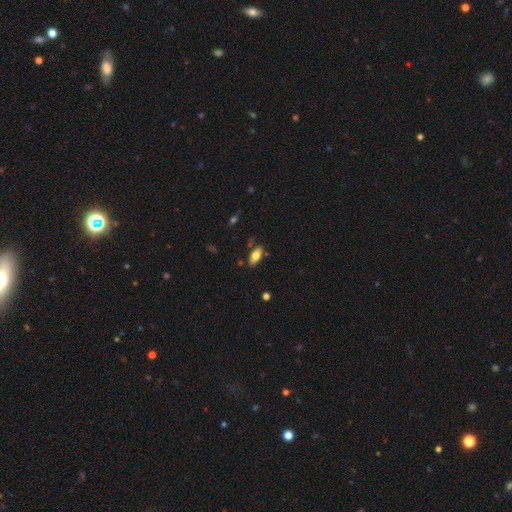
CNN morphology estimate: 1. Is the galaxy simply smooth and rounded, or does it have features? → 72% smooth, 21% featured or disk, 7% star or artifact.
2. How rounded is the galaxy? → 88% in between, 10% cigar-shaped, 3% round.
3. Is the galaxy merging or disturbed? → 81% none, 13% minor disturbance, 3% merger, 3% major disturbance.